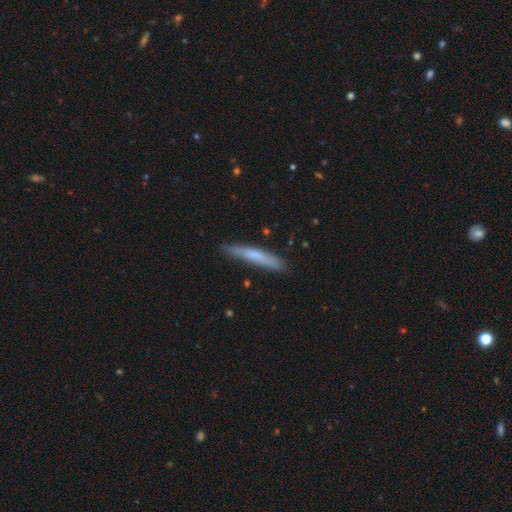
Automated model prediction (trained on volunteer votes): Morphology: type=smooth (65%); roundness=cigar-shaped (94%); merging=none (82%).